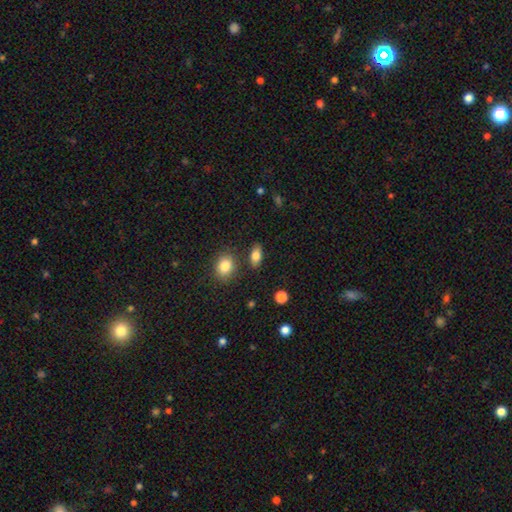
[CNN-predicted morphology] The model was most divided on "merging": none: 83%, minor disturbance: 10%, merger: 5%, major disturbance: 3%. More confident: how rounded — in between (86%); smooth or featured — smooth (83%).